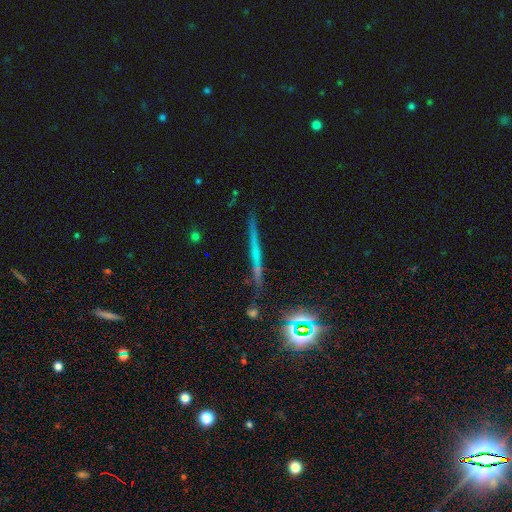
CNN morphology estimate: Smooth or featured: featured or disk — 42% (smooth — 30%)
Merging: none — 81% (minor disturbance — 12%)